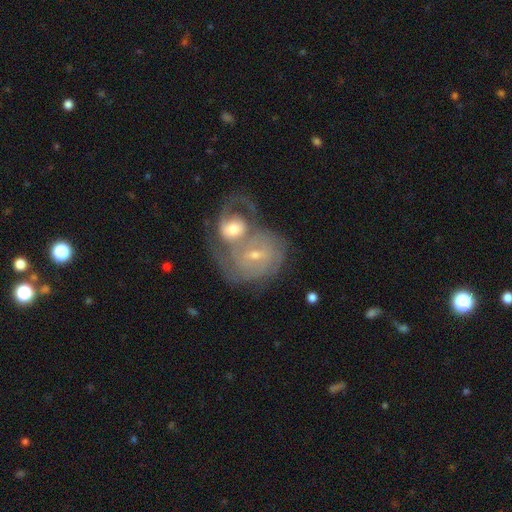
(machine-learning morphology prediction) A featured or disk galaxy (73%) with a weak bar (45%), tight (55%) spiral arms (86%) and a small central bulge (56%).

Vote fractions:
- Smooth or featured? featured or disk: 73% / smooth: 20% / star or artifact: 7%
- Edge-on disk? no: 96% / yes: 4%
- Bar? weak: 45% / no: 42% / strong: 13%
- Spiral arms? yes: 86% / no: 14%
- Spiral winding? tight: 55% / medium: 34% / loose: 11%
- Spiral arm count? can't tell: 38% / 2: 37% / 3: 11% / 1: 6% / 4: 4% / more than 4: 3%
- Bulge size? small: 56% / moderate: 39% / large: 2% / none: 2% / dominant: 1%
- Merging? merger: 73% / none: 17% / minor disturbance: 6% / major disturbance: 5%